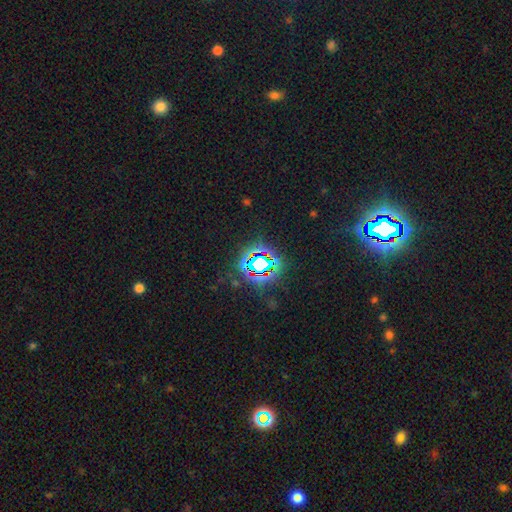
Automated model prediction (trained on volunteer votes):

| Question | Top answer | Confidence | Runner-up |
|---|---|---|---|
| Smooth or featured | star or artifact | 81% | smooth (11%) |